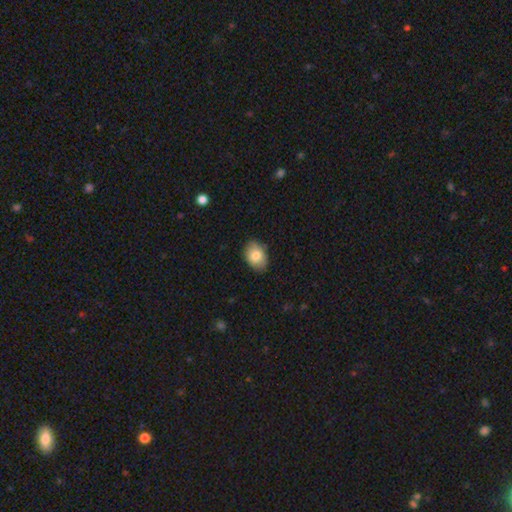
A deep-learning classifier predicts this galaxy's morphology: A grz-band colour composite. It shows a smooth galaxy with no disk features (81%) that is in between round and cigar-shaped (81%). Merging: none (82%).